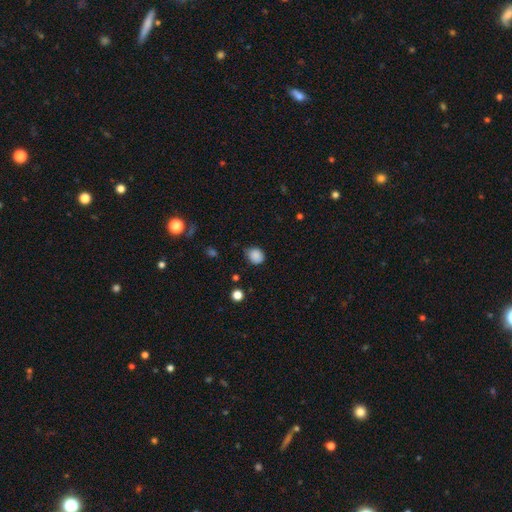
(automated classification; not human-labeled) A smooth galaxy with no disk features (86%) that is round (71%).

Vote fractions:
- Smooth or featured? smooth: 86% / star or artifact: 10% / featured or disk: 4%
- How rounded? round: 71% / in between: 28% / cigar-shaped: 1%
- Merging? none: 68% / minor disturbance: 26% / major disturbance: 4% / merger: 2%